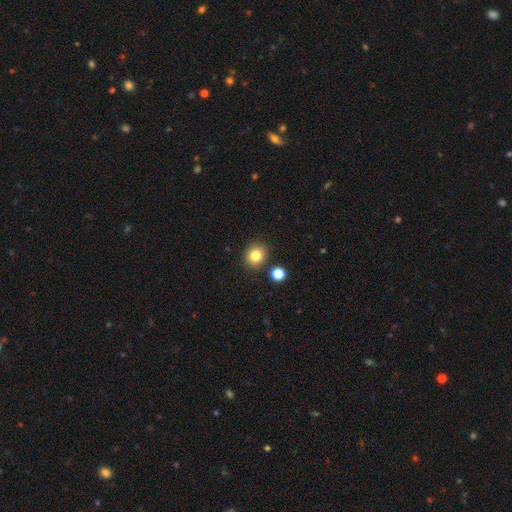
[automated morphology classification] Smooth or featured? smooth (82%)
How rounded? round (83%)
Merging? none (85%)